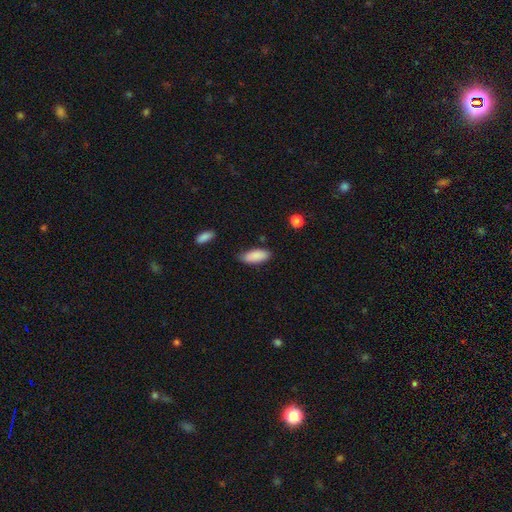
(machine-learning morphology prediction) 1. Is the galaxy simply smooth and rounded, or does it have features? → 89% smooth, 6% star or artifact, 5% featured or disk.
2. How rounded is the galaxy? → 83% in between, 16% cigar-shaped, 2% round.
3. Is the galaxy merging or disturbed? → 79% none, 16% minor disturbance, 3% major disturbance, 2% merger.